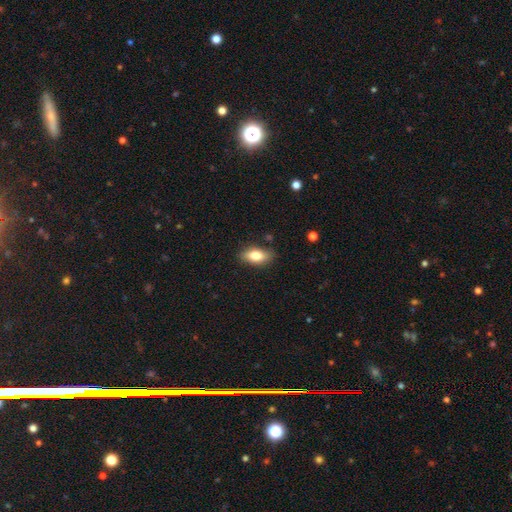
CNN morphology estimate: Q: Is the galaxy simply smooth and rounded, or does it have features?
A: smooth — 76%.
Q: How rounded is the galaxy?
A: in between — 85%.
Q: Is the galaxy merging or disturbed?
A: none — 84%.